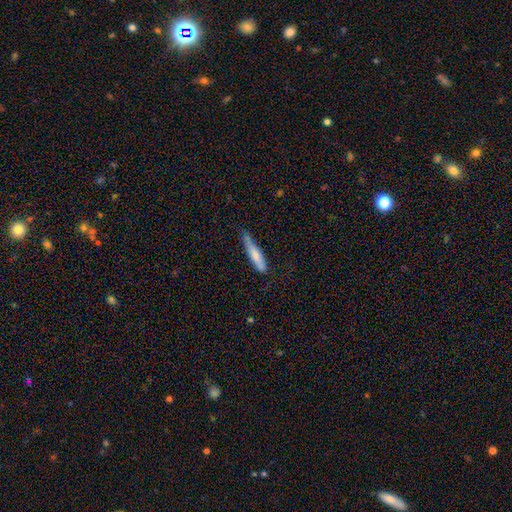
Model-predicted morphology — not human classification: smooth 74%, featured or disk 20%, star or artifact 6%. Down the decision tree: how rounded — cigar-shaped (86%); merging — none (52%).